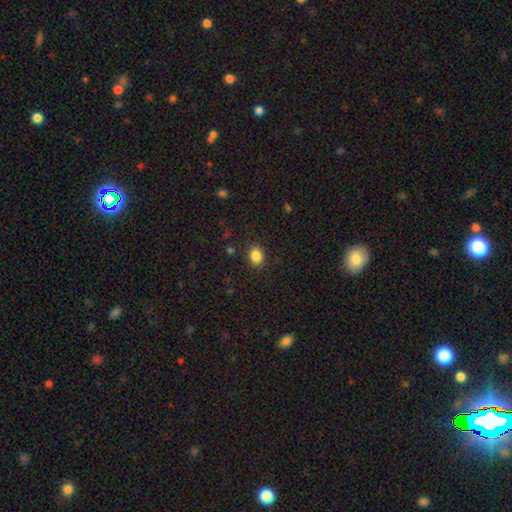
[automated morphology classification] Smooth or featured? smooth (86%)
How rounded? in between (54%)
Merging? none (87%)